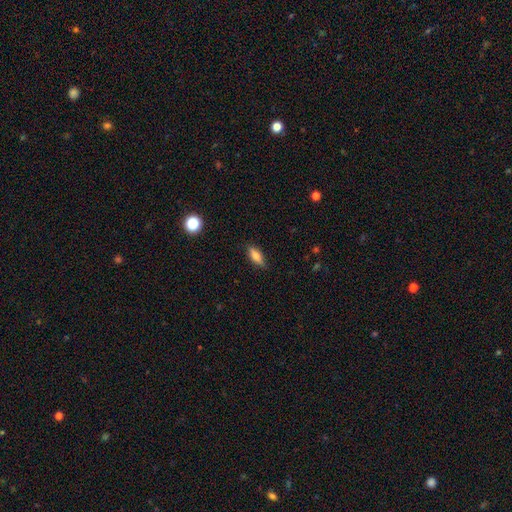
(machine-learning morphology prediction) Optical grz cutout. It shows a smooth galaxy with no disk features (65%) that is in between round and cigar-shaped (59%). Merging: none (83%).